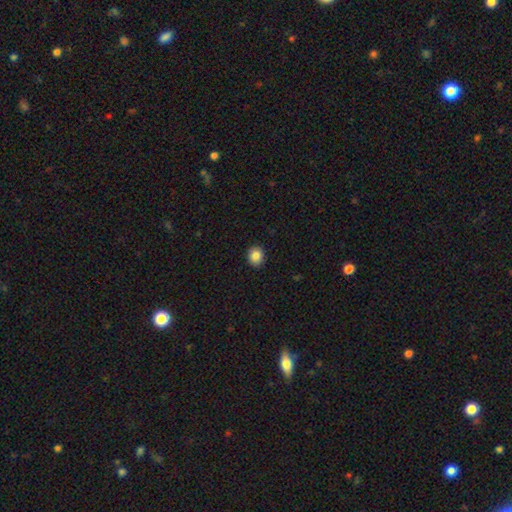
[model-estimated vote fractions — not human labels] Smooth or featured: smooth — 88% (star or artifact — 9%)
How rounded: round — 79% (in between — 20%)
Merging: none — 91% (minor disturbance — 7%)